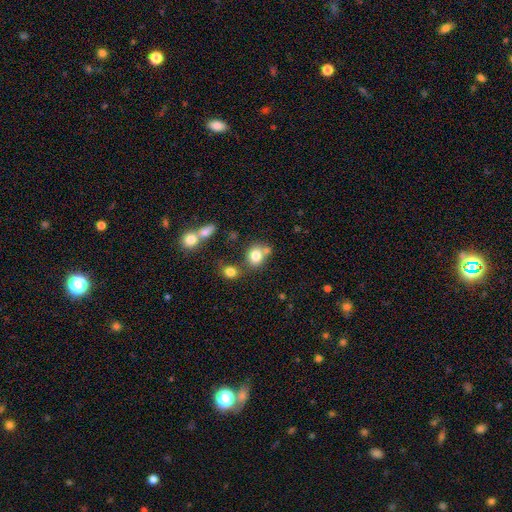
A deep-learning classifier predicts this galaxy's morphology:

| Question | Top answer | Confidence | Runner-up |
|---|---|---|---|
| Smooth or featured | smooth | 80% | star or artifact (11%) |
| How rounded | round | 64% | in between (35%) |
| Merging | none | 55% | merger (27%) |